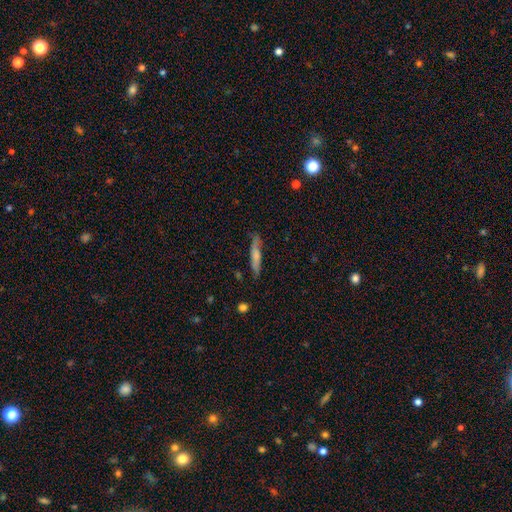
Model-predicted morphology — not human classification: This appears to be a smooth galaxy with no disk features (62%) that is cigar-shaped (90%). Merging: none (78%).